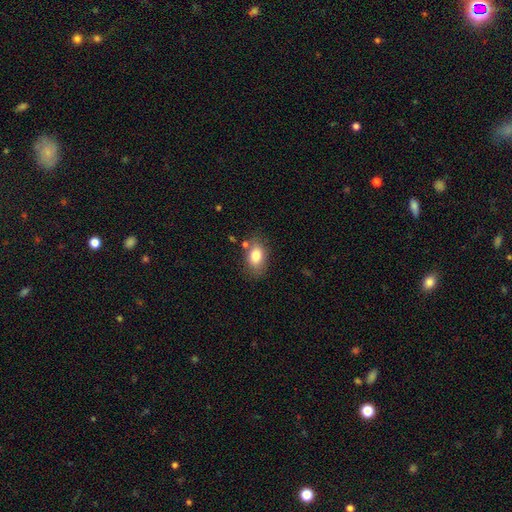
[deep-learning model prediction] Smooth or featured? Predicted: smooth (p=0.80). How rounded? Predicted: in between (p=0.84). Merging? Predicted: none (p=0.73).